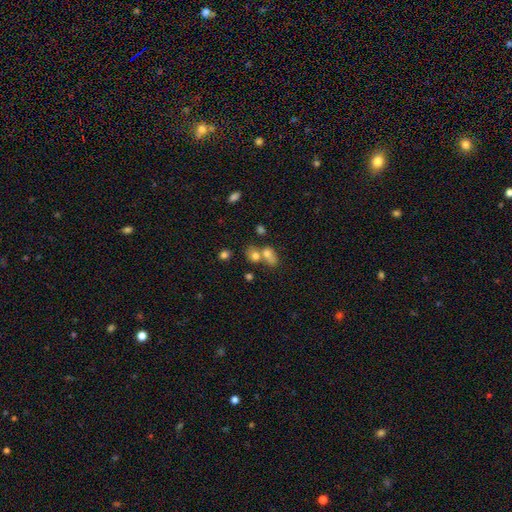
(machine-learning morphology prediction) type=smooth (72%); roundness=in between (58%); merging=merger (55%).